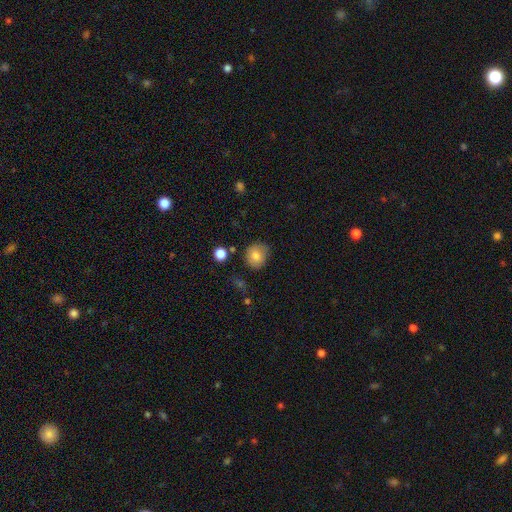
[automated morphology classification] Smooth or featured?
  - smooth: 80% *
  - featured or disk: 11%
  - star or artifact: 9%
How rounded?
  - round: 80% *
  - in between: 19%
  - cigar-shaped: 1%
Merging?
  - none: 76% *
  - minor disturbance: 17%
  - major disturbance: 4%
  - merger: 3%